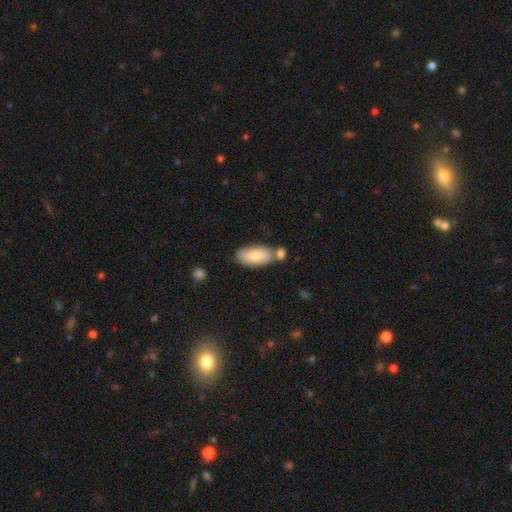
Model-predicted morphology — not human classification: This is likely a smooth galaxy (77%). How rounded: clearly in between (92%). Merging: likely none (62%).